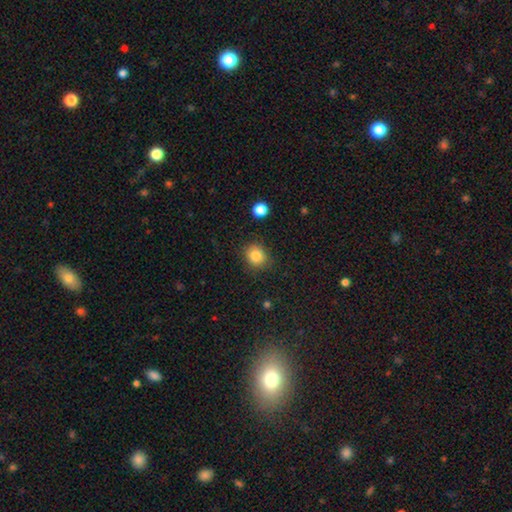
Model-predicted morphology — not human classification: The model was most divided on "how rounded": round: 75%, in between: 24%, cigar-shaped: 1%. More confident: merging — none (85%); smooth or featured — smooth (84%).